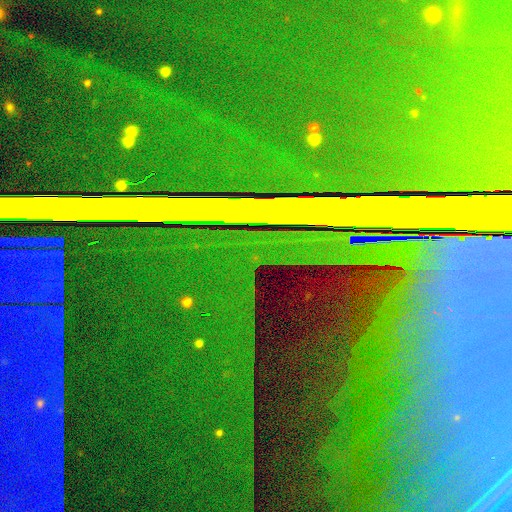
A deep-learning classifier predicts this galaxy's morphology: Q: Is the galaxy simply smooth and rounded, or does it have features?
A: star or artifact — 88%.